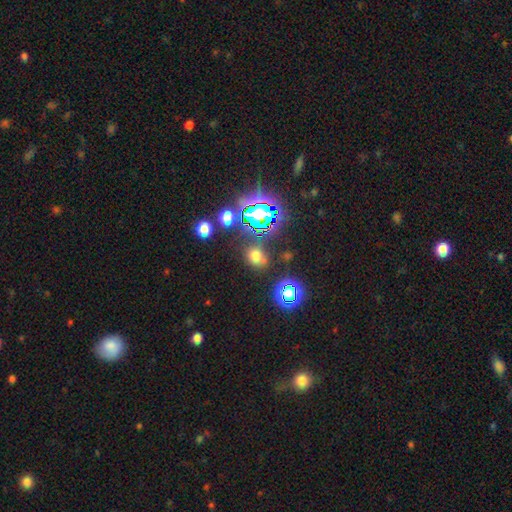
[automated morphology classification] Smooth or featured?
  - smooth: 55% *
  - star or artifact: 37%
  - featured or disk: 8%
How rounded?
  - round: 61% *
  - in between: 37%
  - cigar-shaped: 2%
Merging?
  - none: 74% *
  - minor disturbance: 13%
  - merger: 7%
  - major disturbance: 6%